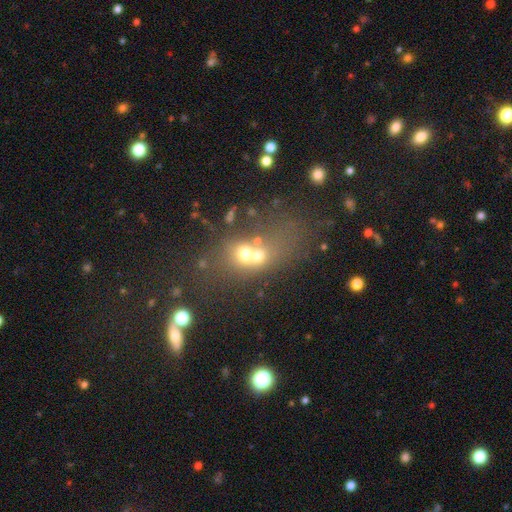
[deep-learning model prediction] Morphology: type=smooth (52%); roundness=round (50%); merging=merger (55%).